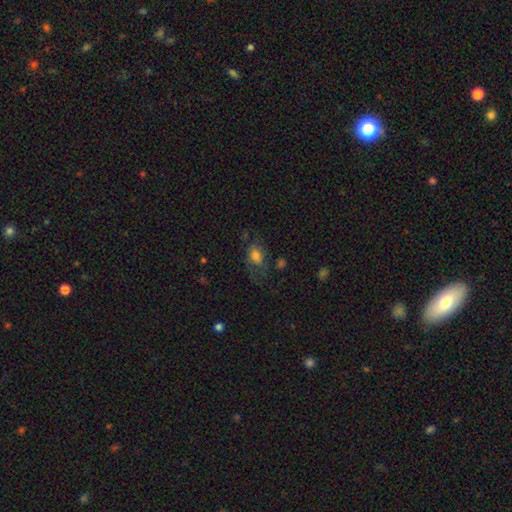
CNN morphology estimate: Smooth or featured? smooth (58%)
How rounded? in between (82%)
Merging? none (43%)